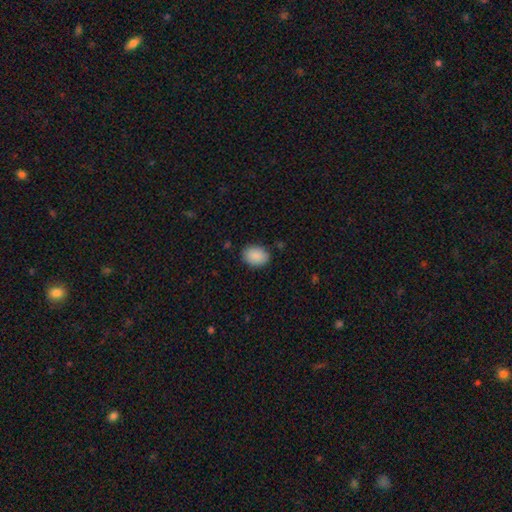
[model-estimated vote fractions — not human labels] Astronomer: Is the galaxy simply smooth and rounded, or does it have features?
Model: smooth — 90%.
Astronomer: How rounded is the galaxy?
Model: in between — 68%.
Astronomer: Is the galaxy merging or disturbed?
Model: none — 85%.